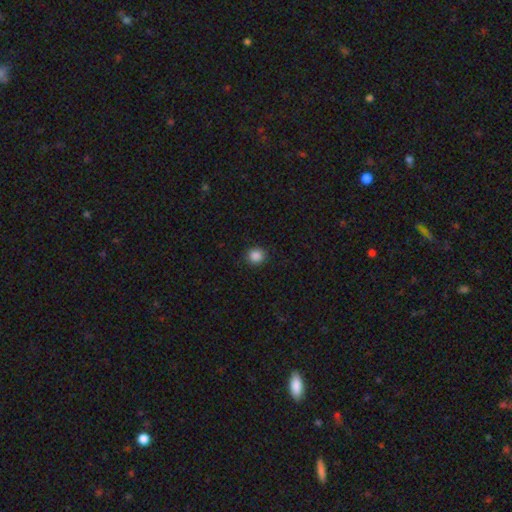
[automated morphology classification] smooth_or_featured: smooth (p=0.87) [alt: star or artifact p=0.10]
how_rounded: round (p=0.91) [alt: in between p=0.08]
merging: none (p=0.91) [alt: minor disturbance p=0.06]